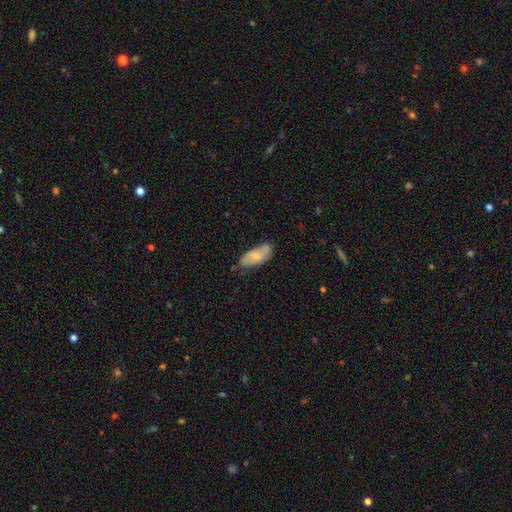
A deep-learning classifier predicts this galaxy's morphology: A smooth galaxy with no disk features (65%) that is in between round and cigar-shaped (86%). Merging: none (62%).